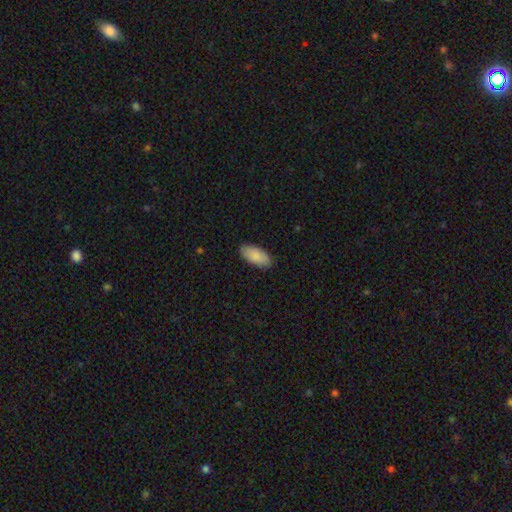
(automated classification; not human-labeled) A smooth galaxy with no disk features (88%) that is in between round and cigar-shaped (92%). Merging: none (88%).